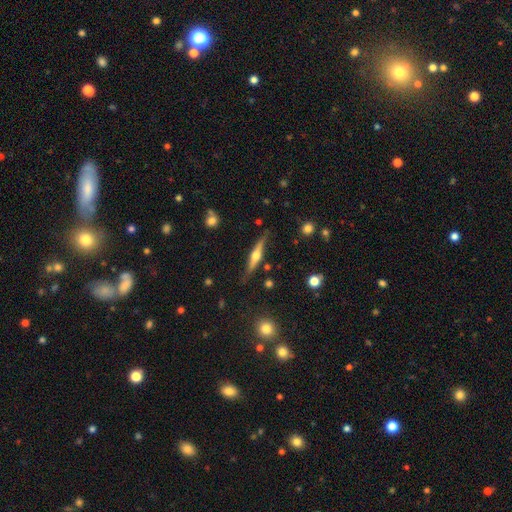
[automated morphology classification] Smooth or featured? Predicted: featured or disk (p=0.71). Edge-on disk? Predicted: yes (p=0.96). Edge-on bulge? Predicted: rounded (p=0.92). Merging? Predicted: none (p=0.82).